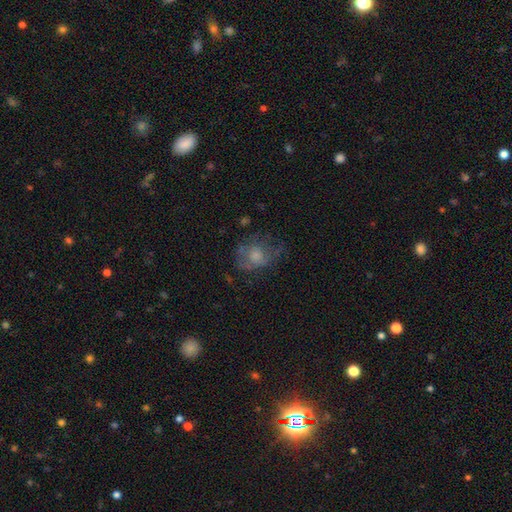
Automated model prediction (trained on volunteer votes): smooth-or-featured: smooth: 50% | featured or disk: 38% | star or artifact: 11%
  how-rounded: round: 62% | in between: 37% | cigar-shaped: 1%
  merging: none: 47% | major disturbance: 27% | minor disturbance: 24% | merger: 2%